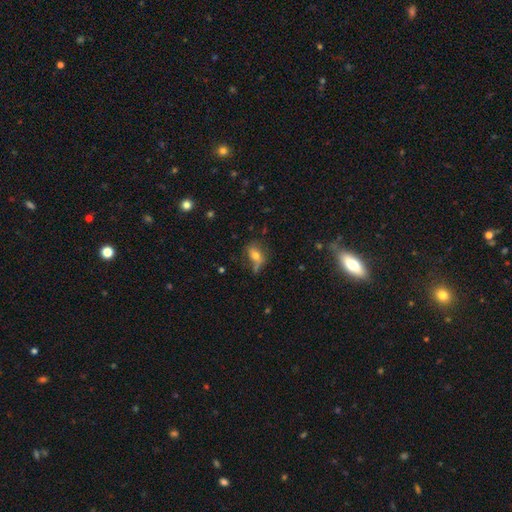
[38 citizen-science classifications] smooth_or_featured: smooth (p=0.63) [alt: featured or disk p=0.34]
how_rounded: in between (p=0.88) [alt: round p=0.08]
merging: none (p=0.41) [alt: major disturbance p=0.30]